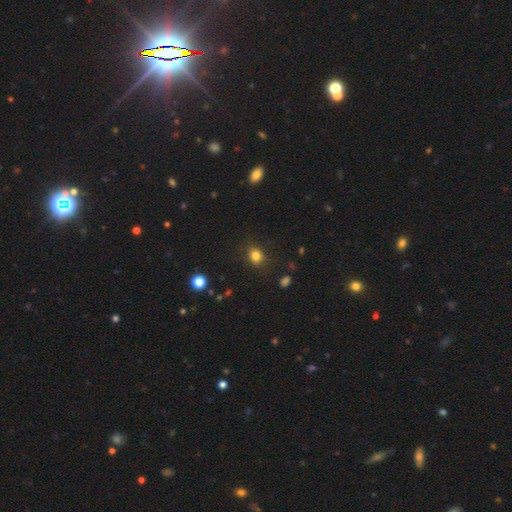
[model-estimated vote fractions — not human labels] Morphology: type=smooth (82%); roundness=round (63%); merging=none (83%).